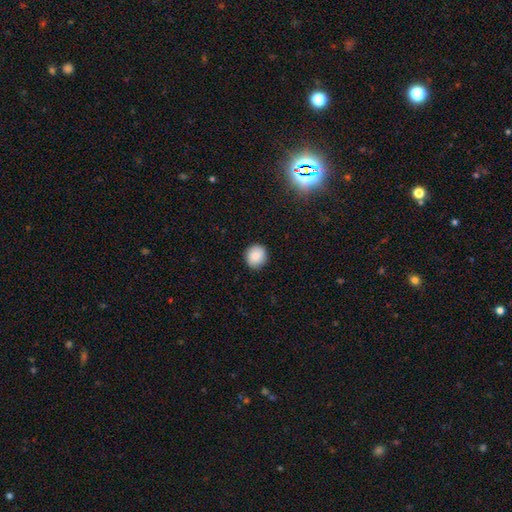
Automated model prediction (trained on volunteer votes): A smooth galaxy with no disk features (87%) that is round (88%). Merging: none (90%).